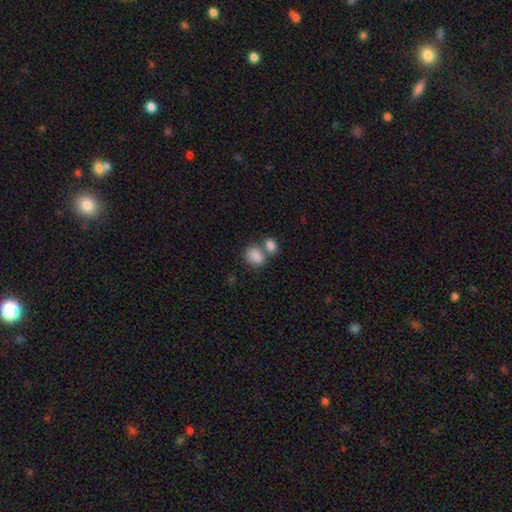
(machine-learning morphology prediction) smooth-or-featured: smooth: 85% | star or artifact: 8% | featured or disk: 7%
  how-rounded: in between: 64% | round: 35% | cigar-shaped: 1%
  merging: merger: 47% | none: 39% | minor disturbance: 9% | major disturbance: 4%